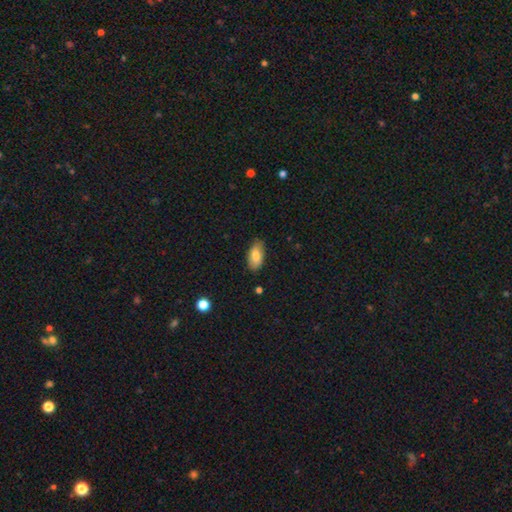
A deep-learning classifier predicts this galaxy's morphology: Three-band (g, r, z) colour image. It shows a smooth galaxy with no disk features (79%) that is in between round and cigar-shaped (92%). Merging: none (82%).